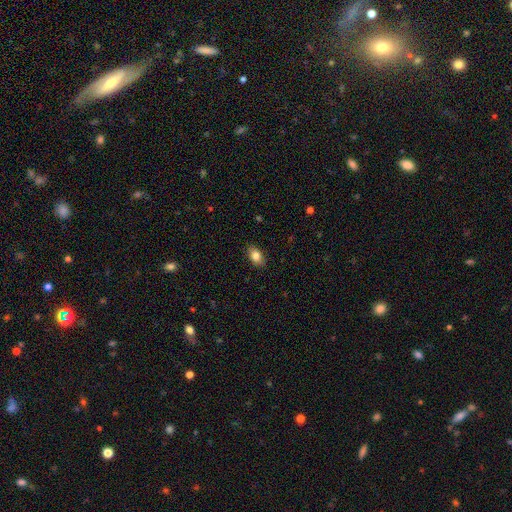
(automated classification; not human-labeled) Morphology: type=smooth (84%); roundness=in between (88%); merging=none (87%).